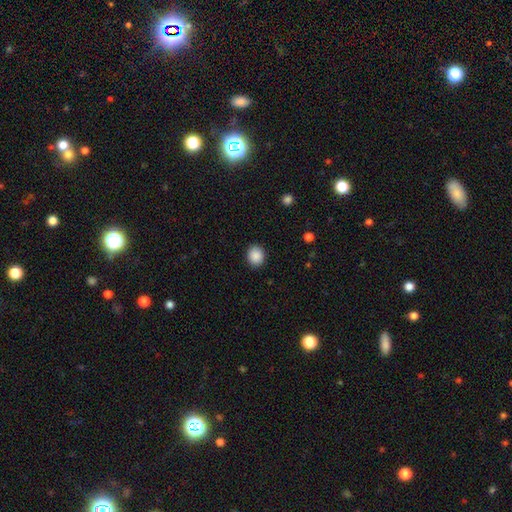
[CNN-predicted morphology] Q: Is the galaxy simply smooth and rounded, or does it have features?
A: smooth — 89%.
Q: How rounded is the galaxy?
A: round — 67%.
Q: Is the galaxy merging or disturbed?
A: none — 90%.